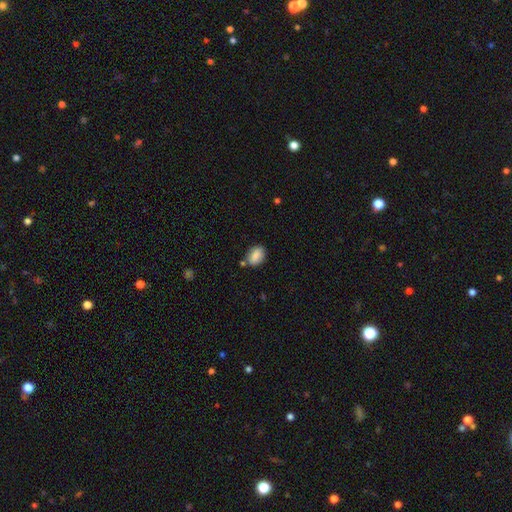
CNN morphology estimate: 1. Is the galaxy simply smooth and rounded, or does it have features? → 84% smooth, 8% featured or disk, 8% star or artifact.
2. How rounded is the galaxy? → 82% in between, 16% round, 2% cigar-shaped.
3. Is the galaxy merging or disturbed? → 72% none, 16% minor disturbance, 8% merger, 3% major disturbance.